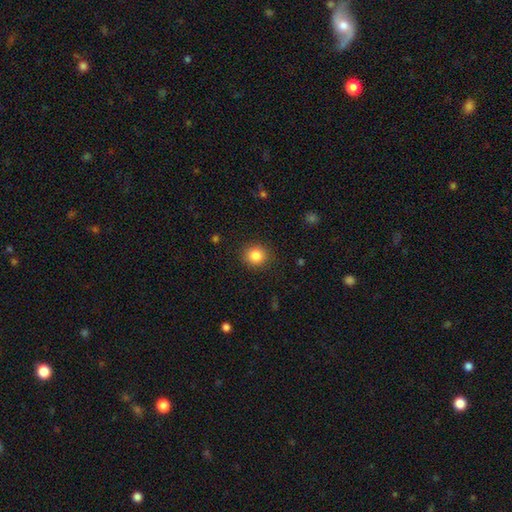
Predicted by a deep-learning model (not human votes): Morphology: type=smooth (85%); roundness=round (88%); merging=none (89%).